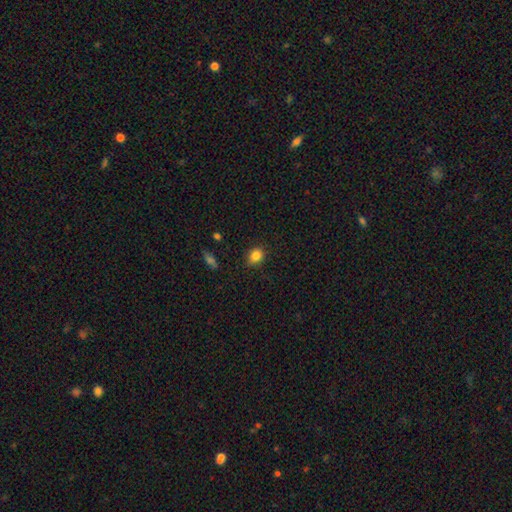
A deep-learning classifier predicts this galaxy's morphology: A smooth galaxy with no disk features (84%) that is round (54%).

Vote fractions:
- Smooth or featured? smooth: 84% / star or artifact: 11% / featured or disk: 6%
- How rounded? round: 54% / in between: 45% / cigar-shaped: 1%
- Merging? none: 83% / minor disturbance: 13% / major disturbance: 3% / merger: 1%